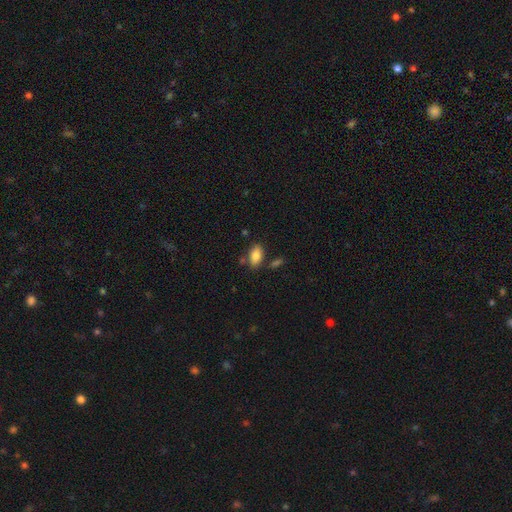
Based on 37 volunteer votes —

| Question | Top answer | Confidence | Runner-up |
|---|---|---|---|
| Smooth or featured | smooth | 92% | star or artifact (5%) |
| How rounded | in between | 100% | — |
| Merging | none | 86% | minor disturbance (11%) |